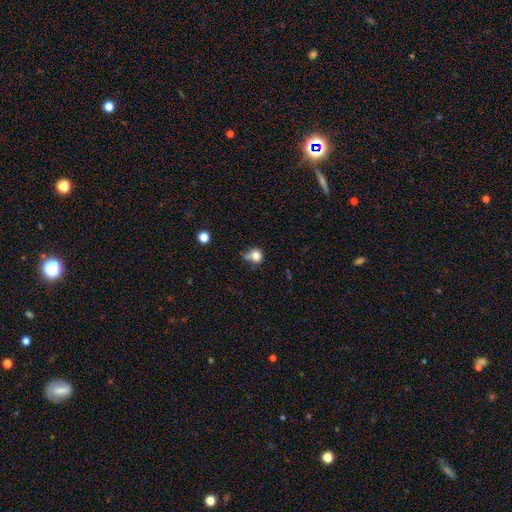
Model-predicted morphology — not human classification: A smooth galaxy with no disk features (79%) that is round (81%). Merging: none (46%).